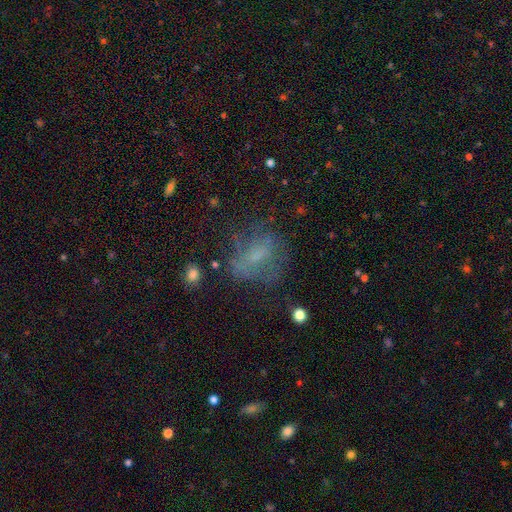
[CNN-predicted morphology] Smooth or featured? Predicted: smooth (p=0.41). Merging? Predicted: none (p=0.50).